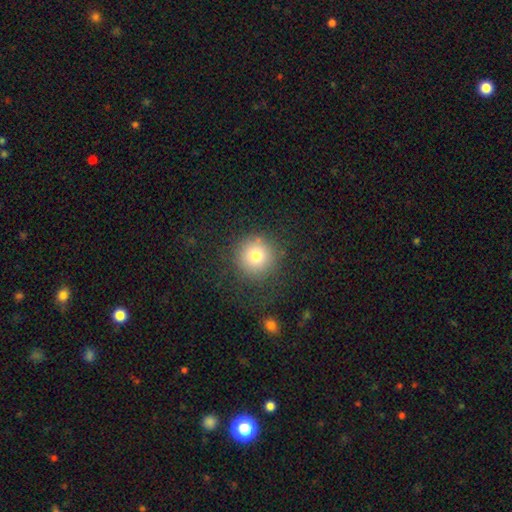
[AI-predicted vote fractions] Smooth or featured?
  - smooth: 77% *
  - star or artifact: 13%
  - featured or disk: 10%
How rounded?
  - round: 95% *
  - in between: 4%
  - cigar-shaped: 1%
Merging?
  - none: 81% *
  - minor disturbance: 10%
  - major disturbance: 7%
  - merger: 2%